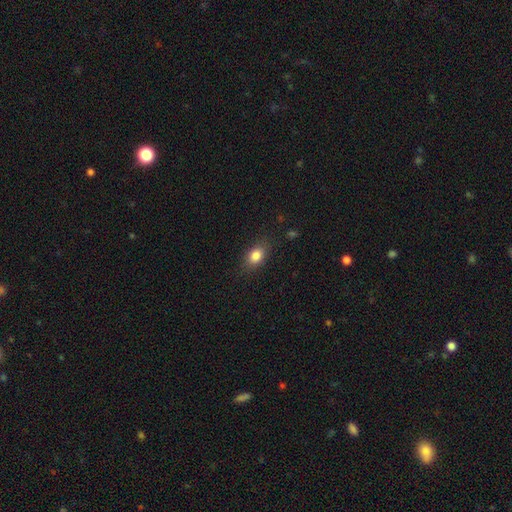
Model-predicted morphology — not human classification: Smooth or featured? Predicted: smooth (p=0.83). How rounded? Predicted: in between (p=0.77). Merging? Predicted: none (p=0.82).